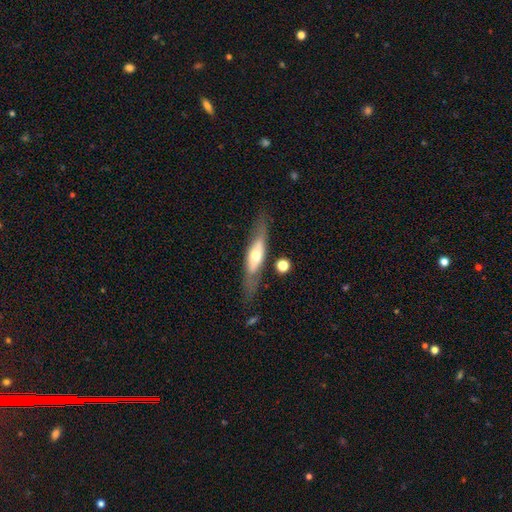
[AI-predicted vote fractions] A featured or disk galaxy (55%) viewed edge-on (68%).

Vote fractions:
- Smooth or featured? featured or disk: 55% / smooth: 39% / star or artifact: 6%
- Edge-on disk? yes: 68% / no: 32%
- Merging? none: 73% / minor disturbance: 16% / major disturbance: 6% / merger: 4%